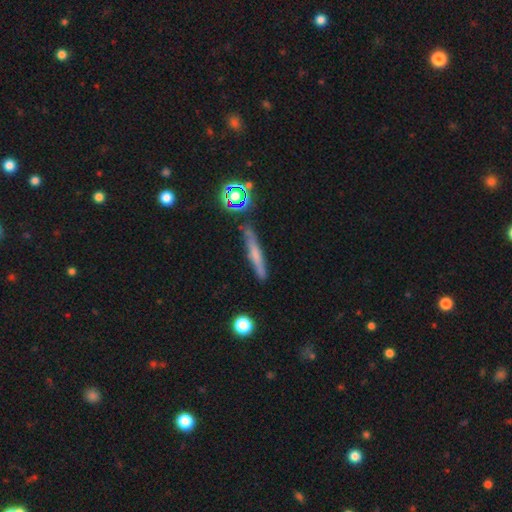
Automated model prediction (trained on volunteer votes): A smooth galaxy with no disk features (56%) that is cigar-shaped (90%). Merging: none (81%).